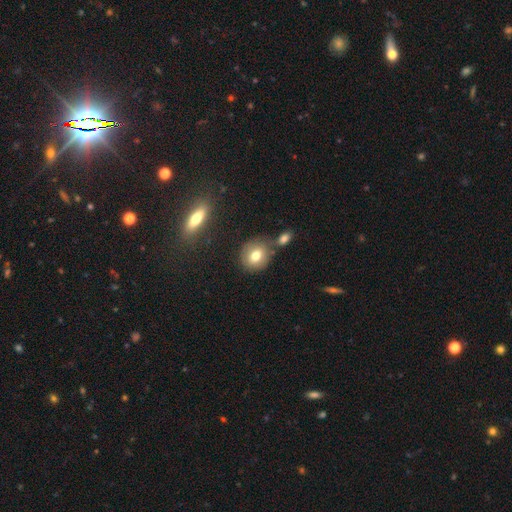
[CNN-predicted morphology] Smooth or featured?
  - smooth: 74% *
  - featured or disk: 16%
  - star or artifact: 10%
How rounded?
  - round: 75% *
  - in between: 23%
  - cigar-shaped: 1%
Merging?
  - none: 68% *
  - merger: 15%
  - minor disturbance: 13%
  - major disturbance: 4%